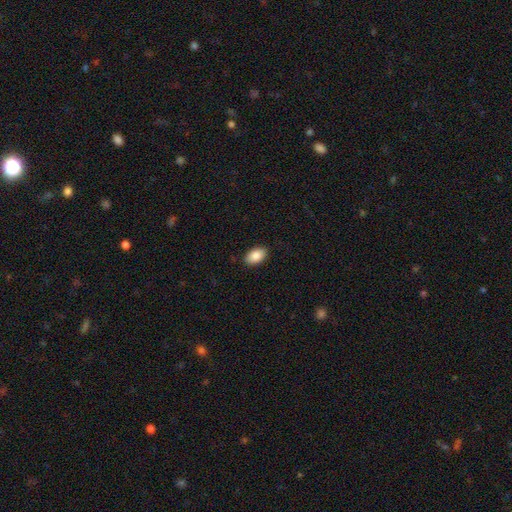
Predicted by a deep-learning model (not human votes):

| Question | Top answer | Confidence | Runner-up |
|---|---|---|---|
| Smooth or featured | smooth | 88% | star or artifact (7%) |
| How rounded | in between | 94% | round (5%) |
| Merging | none | 89% | minor disturbance (8%) |